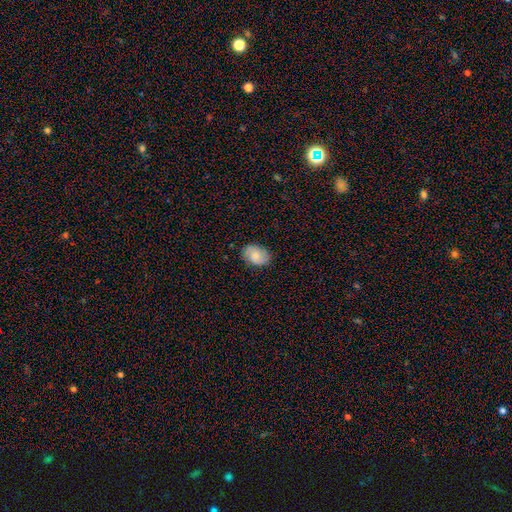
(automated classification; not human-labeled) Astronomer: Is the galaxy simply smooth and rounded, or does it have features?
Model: smooth — 69%.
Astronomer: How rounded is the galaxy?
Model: in between — 75%.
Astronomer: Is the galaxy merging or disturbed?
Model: none — 81%.